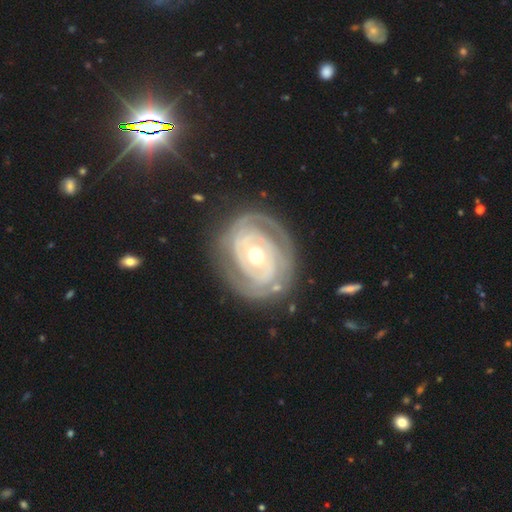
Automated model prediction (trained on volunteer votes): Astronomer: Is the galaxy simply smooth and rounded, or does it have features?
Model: featured or disk — 88%.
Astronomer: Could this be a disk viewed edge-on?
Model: no — 97%.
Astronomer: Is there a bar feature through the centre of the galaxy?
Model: no — 56%.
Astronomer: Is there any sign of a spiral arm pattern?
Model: yes — 90%.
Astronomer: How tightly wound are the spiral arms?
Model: tight — 78%.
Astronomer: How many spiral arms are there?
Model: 2 — 50%.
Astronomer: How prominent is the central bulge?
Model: moderate — 72%.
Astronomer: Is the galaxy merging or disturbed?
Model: none — 75%.